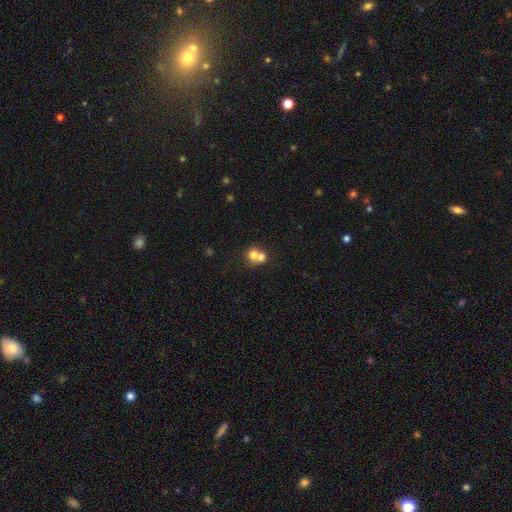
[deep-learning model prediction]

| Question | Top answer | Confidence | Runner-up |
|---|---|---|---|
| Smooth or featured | smooth | 71% | featured or disk (18%) |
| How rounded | round | 80% | in between (19%) |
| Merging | merger | 64% | none (29%) |